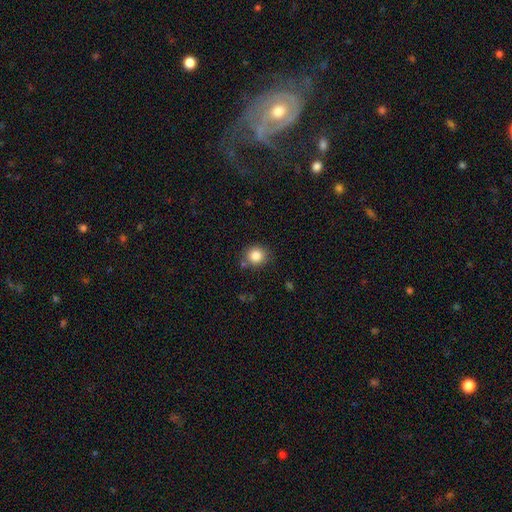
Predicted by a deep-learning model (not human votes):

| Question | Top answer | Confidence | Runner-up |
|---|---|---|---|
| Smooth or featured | smooth | 84% | star or artifact (10%) |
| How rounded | round | 87% | in between (12%) |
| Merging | none | 82% | minor disturbance (11%) |